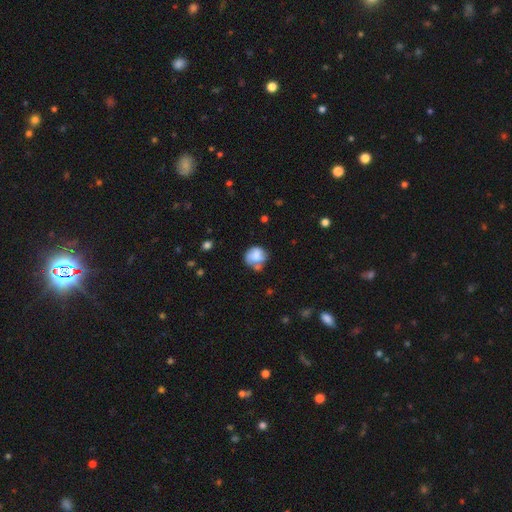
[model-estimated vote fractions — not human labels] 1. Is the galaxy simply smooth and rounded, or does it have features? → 68% smooth, 24% featured or disk, 8% star or artifact.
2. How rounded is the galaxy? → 76% round, 23% in between, 1% cigar-shaped.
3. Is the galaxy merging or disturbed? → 44% none, 27% minor disturbance, 16% merger, 13% major disturbance.